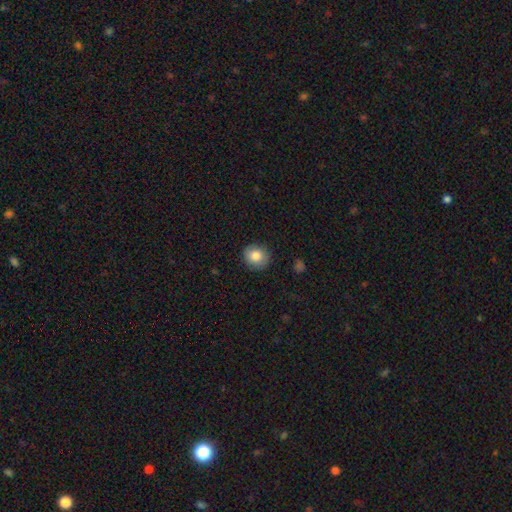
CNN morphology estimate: This is clearly a smooth galaxy (82%). How rounded: clearly round (84%). Merging: clearly none (89%).